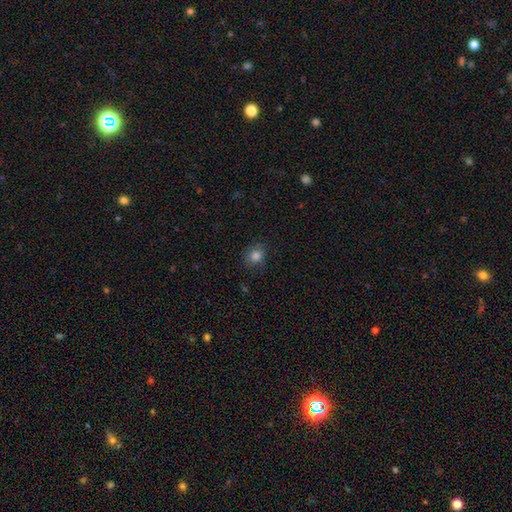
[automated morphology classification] Q: Smooth or featured?
A: smooth (82%); runner-up: star or artifact (12%)
Q: How rounded?
A: round (70%); runner-up: in between (29%)
Q: Merging?
A: none (79%); runner-up: minor disturbance (16%)